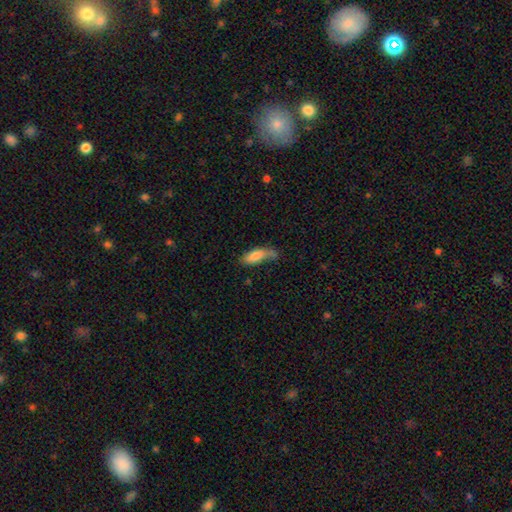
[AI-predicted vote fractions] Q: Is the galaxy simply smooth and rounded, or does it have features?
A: smooth — 79%.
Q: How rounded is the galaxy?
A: in between — 70%.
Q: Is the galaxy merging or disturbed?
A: none — 40%.